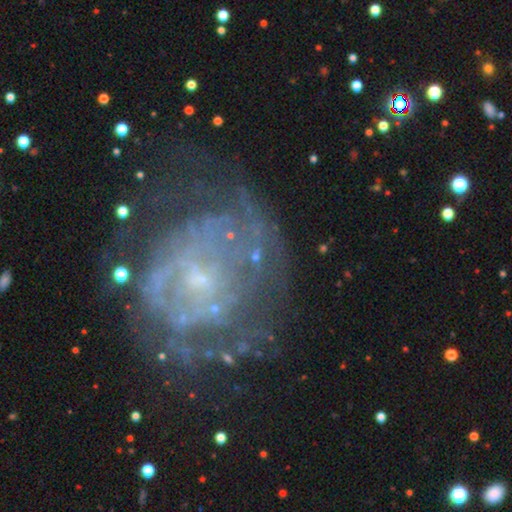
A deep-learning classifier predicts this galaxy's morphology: Q: Smooth or featured?
A: featured or disk (66%); runner-up: star or artifact (19%)
Q: Edge-on disk?
A: no (96%); runner-up: yes (4%)
Q: Bar?
A: no (60%); runner-up: weak (26%)
Q: Spiral arms?
A: yes (75%); runner-up: no (25%)
Q: Bulge size?
A: small (68%); runner-up: none (15%)
Q: Merging?
A: none (60%); runner-up: minor disturbance (18%)